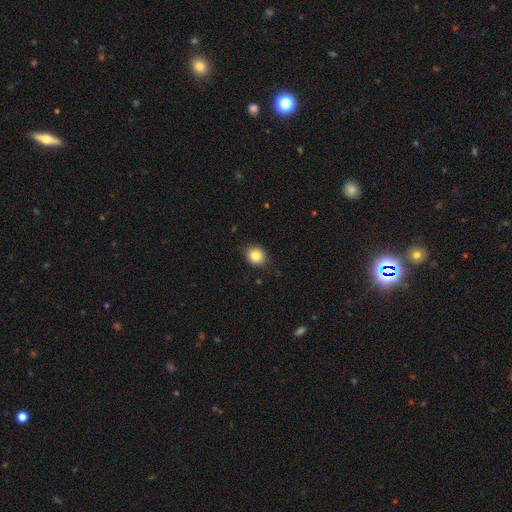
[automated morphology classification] smooth_or_featured: smooth (p=0.84) [alt: star or artifact p=0.10]
how_rounded: round (p=0.73) [alt: in between p=0.26]
merging: none (p=0.86) [alt: minor disturbance p=0.11]